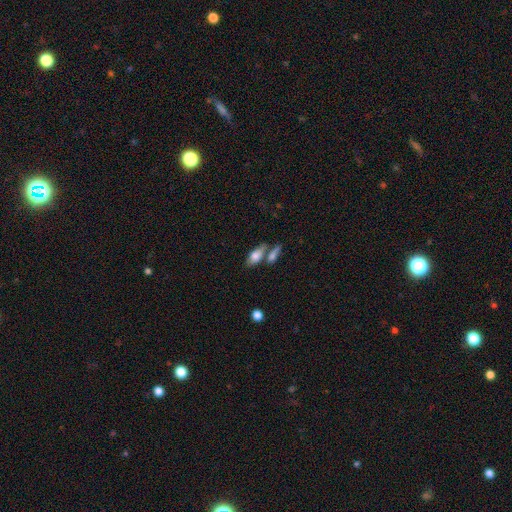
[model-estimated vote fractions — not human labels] smooth-or-featured: smooth: 72% | featured or disk: 21% | star or artifact: 7%
  how-rounded: in between: 78% | cigar-shaped: 17% | round: 4%
  merging: none: 50% | merger: 33% | minor disturbance: 13% | major disturbance: 5%